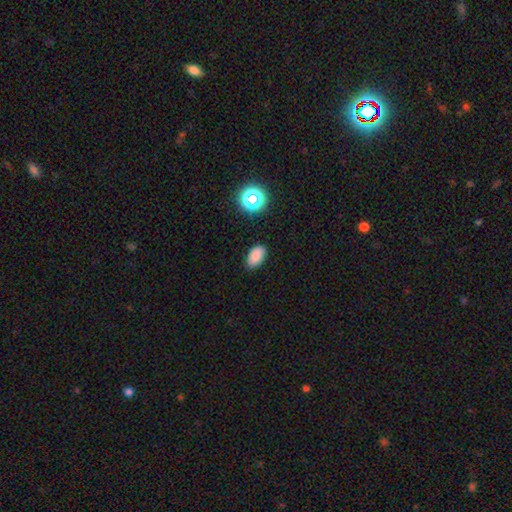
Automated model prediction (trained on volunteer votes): Smooth or featured? Predicted: smooth (p=0.83). How rounded? Predicted: in between (p=0.92). Merging? Predicted: none (p=0.85).